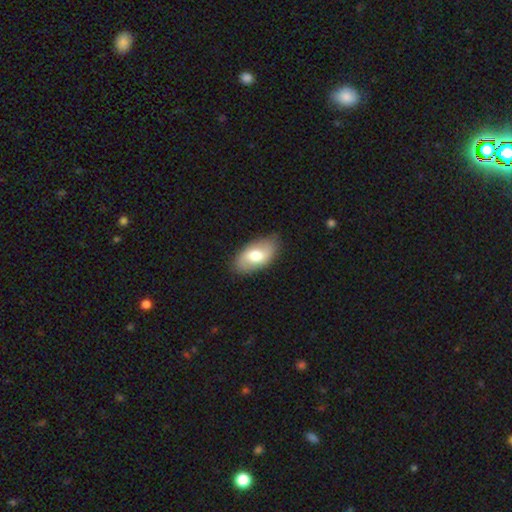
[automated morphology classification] This is likely a smooth galaxy (61%). How rounded: clearly in between (94%). Merging: clearly none (83%).